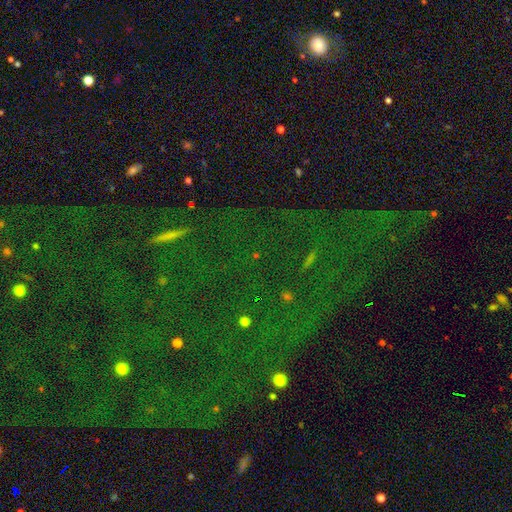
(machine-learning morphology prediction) Smooth or featured? Predicted: star or artifact (p=0.68).